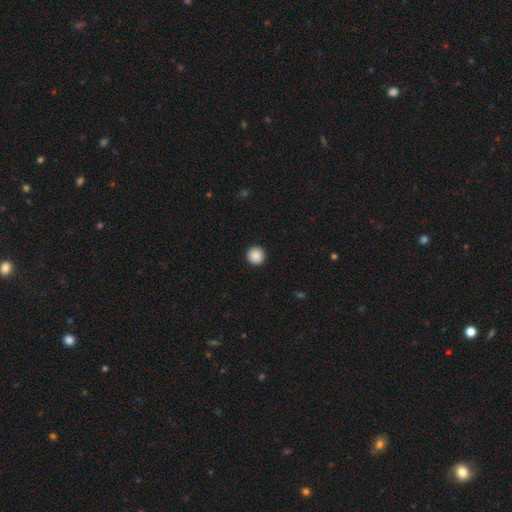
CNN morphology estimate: smooth-or-featured: smooth: 89% | star or artifact: 8% | featured or disk: 3%
  how-rounded: round: 96% | in between: 3% | cigar-shaped: 1%
  merging: none: 93% | minor disturbance: 4% | major disturbance: 2% | merger: 1%